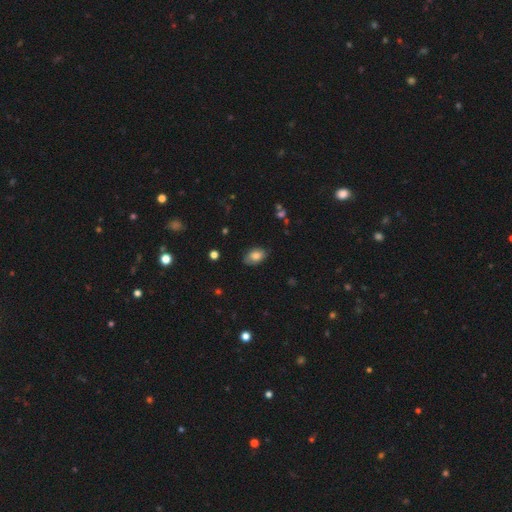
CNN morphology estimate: Smooth or featured? smooth (79%)
How rounded? in between (90%)
Merging? none (77%)